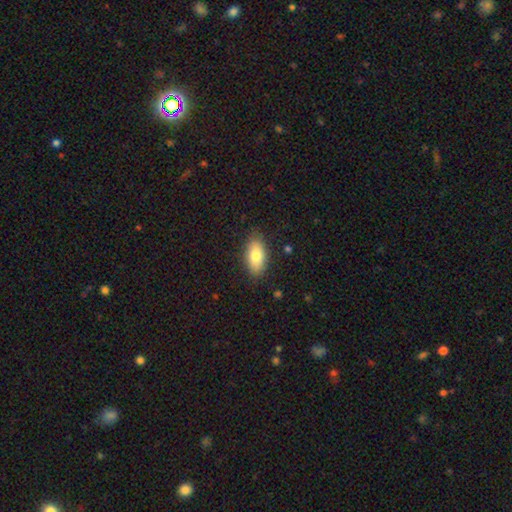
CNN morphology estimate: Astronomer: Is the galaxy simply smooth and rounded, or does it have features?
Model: smooth — 78%.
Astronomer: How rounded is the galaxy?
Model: in between — 91%.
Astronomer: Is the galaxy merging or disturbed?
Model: none — 85%.